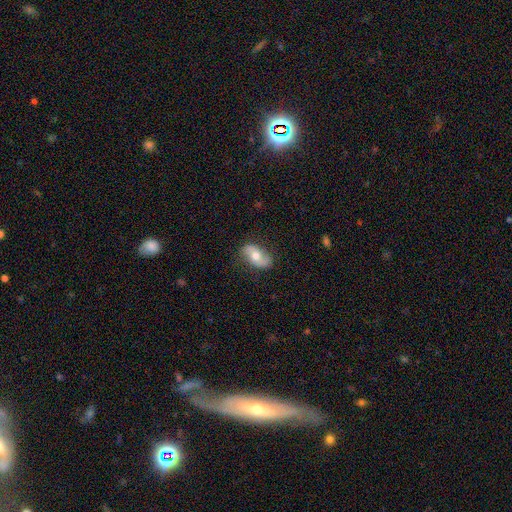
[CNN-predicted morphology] This is possibly a smooth galaxy (49%). Merging: likely none (78%).